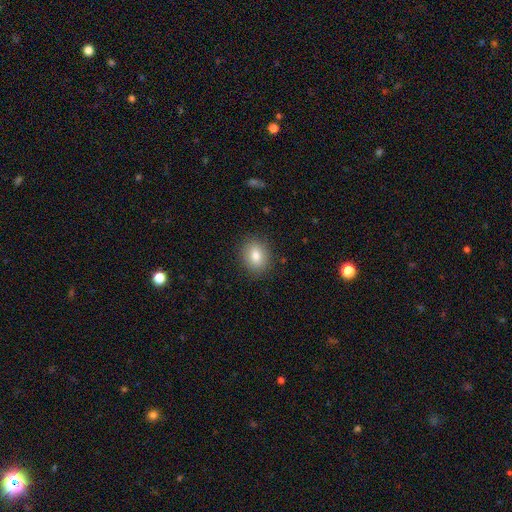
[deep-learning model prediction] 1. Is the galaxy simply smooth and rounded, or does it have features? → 82% smooth, 10% featured or disk, 9% star or artifact.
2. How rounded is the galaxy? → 52% in between, 47% round, 1% cigar-shaped.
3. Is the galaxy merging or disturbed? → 87% none, 9% minor disturbance, 3% major disturbance, 1% merger.